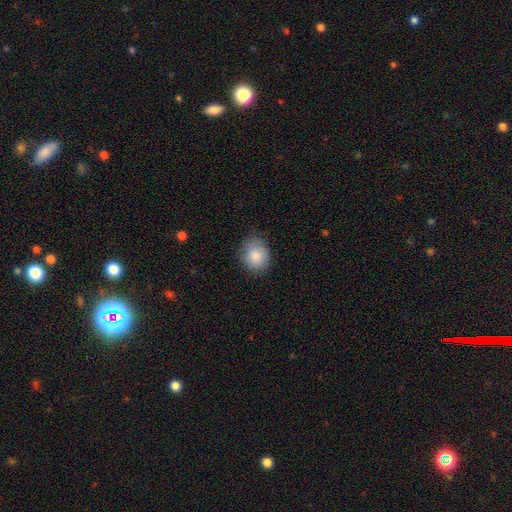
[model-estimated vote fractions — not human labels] Morphology: type=smooth (85%); roundness=round (67%); merging=none (81%).